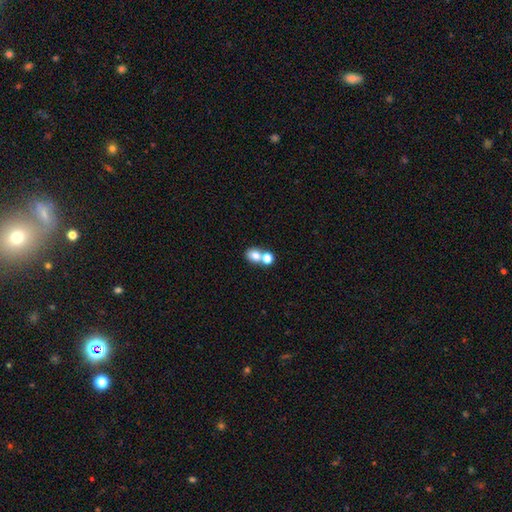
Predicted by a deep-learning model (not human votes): A smooth galaxy with no disk features (77%) that is round (54%).

Vote fractions:
- Smooth or featured? smooth: 77% / featured or disk: 12% / star or artifact: 12%
- How rounded? round: 54% / in between: 45% / cigar-shaped: 1%
- Merging? merger: 51% / none: 38% / minor disturbance: 7% / major disturbance: 3%